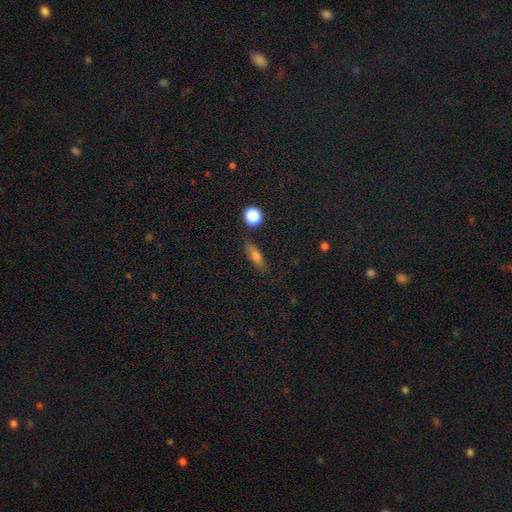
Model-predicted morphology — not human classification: Smooth or featured? Predicted: smooth (p=0.65). How rounded? Predicted: cigar-shaped (p=0.49). Merging? Predicted: none (p=0.85).